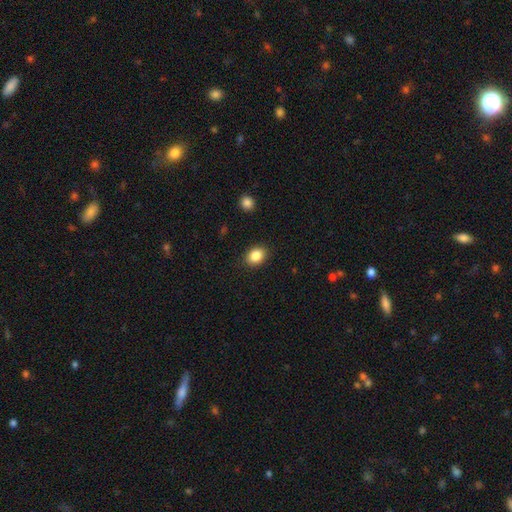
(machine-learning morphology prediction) smooth 87%, star or artifact 9%, featured or disk 5%. Down the decision tree: how rounded — in between (62%); merging — none (88%).